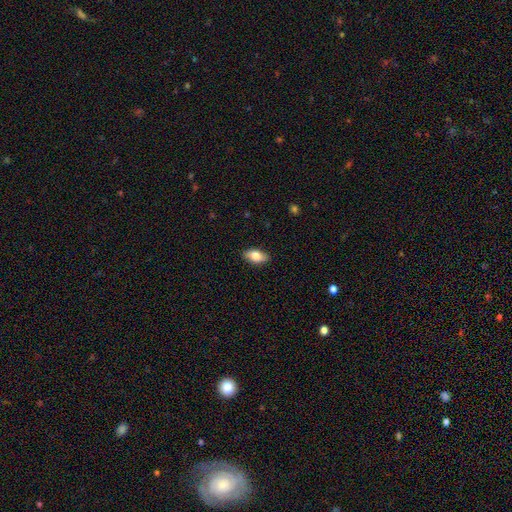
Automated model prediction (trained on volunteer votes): smooth_or_featured: smooth (p=0.80) [alt: featured or disk p=0.14]
how_rounded: in between (p=0.90) [alt: cigar-shaped p=0.06]
merging: none (p=0.88) [alt: minor disturbance p=0.09]